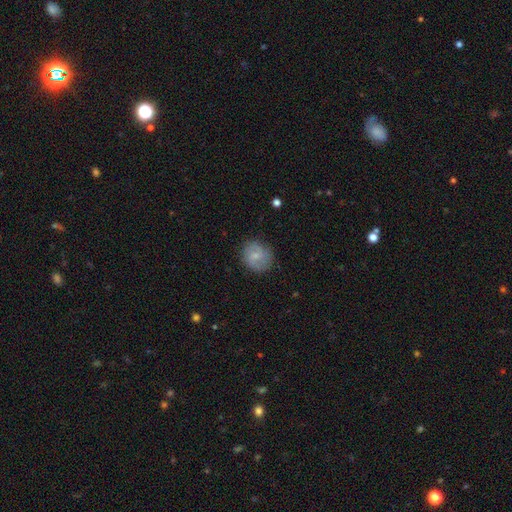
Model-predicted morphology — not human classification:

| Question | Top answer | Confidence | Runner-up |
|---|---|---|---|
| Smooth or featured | smooth | 68% | featured or disk (25%) |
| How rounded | round | 78% | in between (21%) |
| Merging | none | 79% | minor disturbance (16%) |